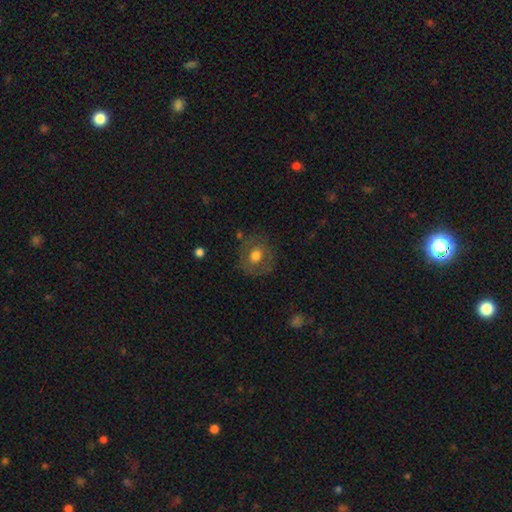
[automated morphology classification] Q: Smooth or featured?
A: smooth (62%); runner-up: featured or disk (29%)
Q: How rounded?
A: round (80%); runner-up: in between (19%)
Q: Merging?
A: none (79%); runner-up: minor disturbance (14%)